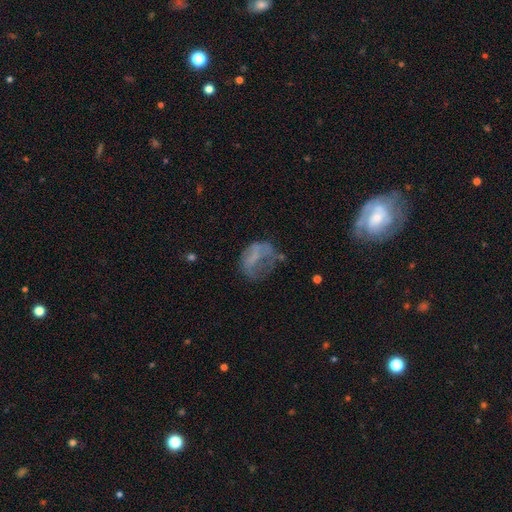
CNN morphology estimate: Q: Smooth or featured?
A: smooth (46%); runner-up: featured or disk (39%)
Q: Merging?
A: major disturbance (39%); runner-up: none (33%)